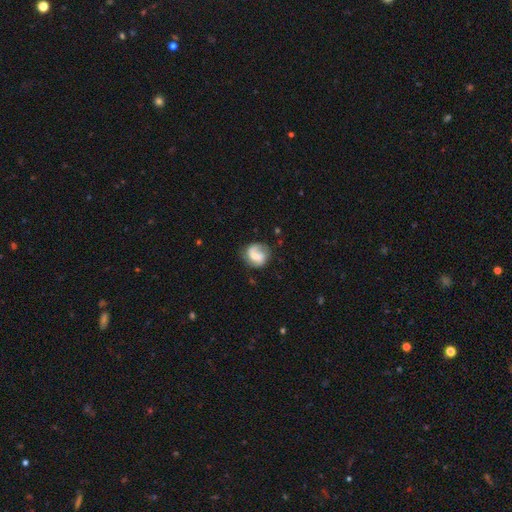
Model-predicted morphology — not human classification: Smooth or featured? featured or disk (58%)
Edge-on disk? no (98%)
Bar? no (43%)
Spiral arms? yes (81%)
Bulge size? small (36%)
Merging? none (59%)